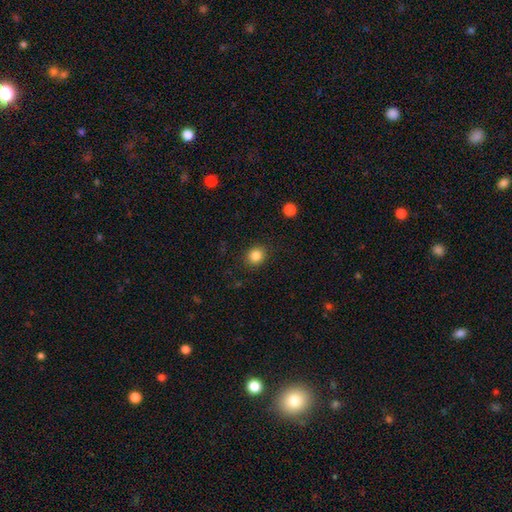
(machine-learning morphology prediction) Smooth or featured? Predicted: smooth (p=0.84). How rounded? Predicted: round (p=0.72). Merging? Predicted: none (p=0.88).